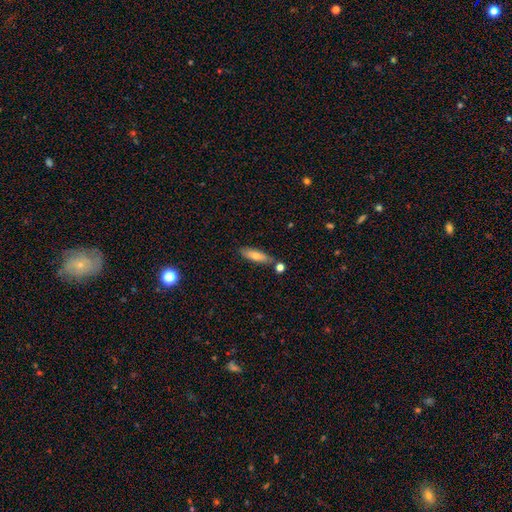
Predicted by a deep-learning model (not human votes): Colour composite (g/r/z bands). It shows a smooth galaxy with no disk features (73%) that is cigar-shaped (53%). Merging: none (75%).